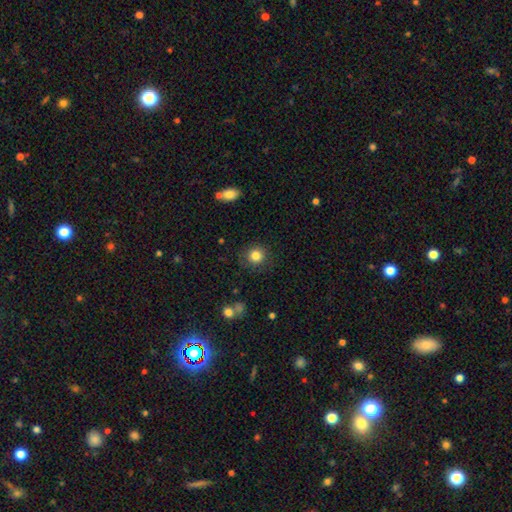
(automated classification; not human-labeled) Smooth or featured? smooth (83%)
How rounded? round (90%)
Merging? none (85%)